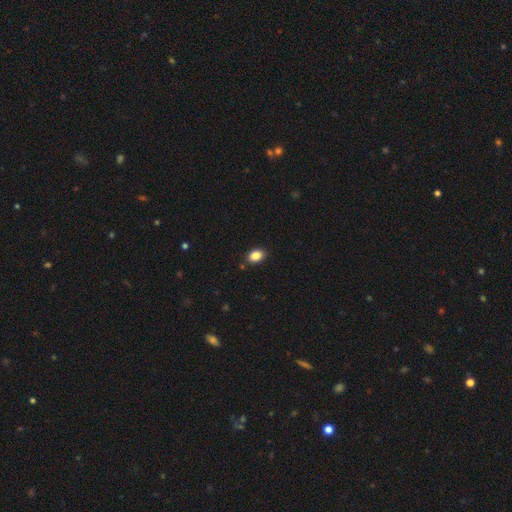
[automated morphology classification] Smooth or featured: smooth — 86% (star or artifact — 9%)
How rounded: in between — 80% (round — 19%)
Merging: none — 87% (minor disturbance — 9%)